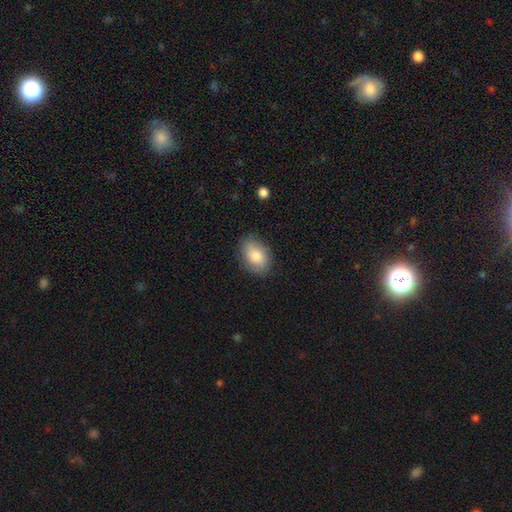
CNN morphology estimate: The model was most divided on "merging": none: 82%, minor disturbance: 14%, major disturbance: 3%, merger: 1%. More confident: how rounded — in between (84%); smooth or featured — smooth (82%).